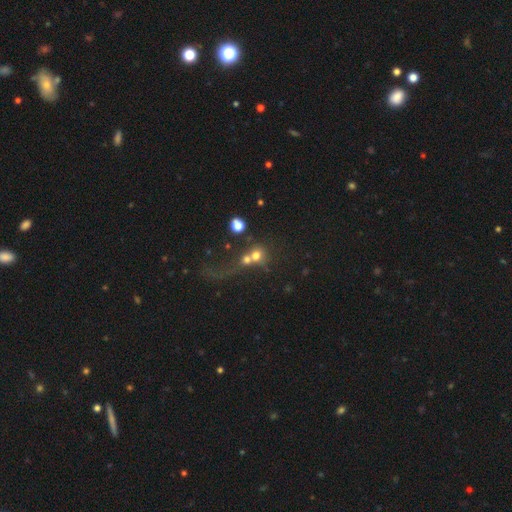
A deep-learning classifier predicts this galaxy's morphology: type=smooth (64%); roundness=round (81%); merging=merger (53%).